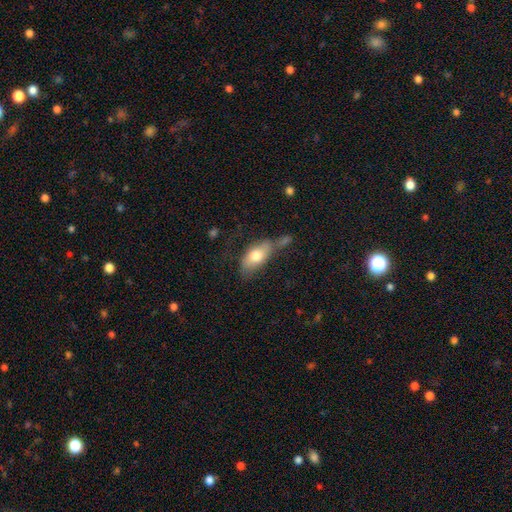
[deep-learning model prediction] smooth-or-featured: smooth: 69% | featured or disk: 25% | star or artifact: 6%
  how-rounded: in between: 87% | cigar-shaped: 9% | round: 5%
  merging: none: 42% | minor disturbance: 25% | merger: 18% | major disturbance: 15%